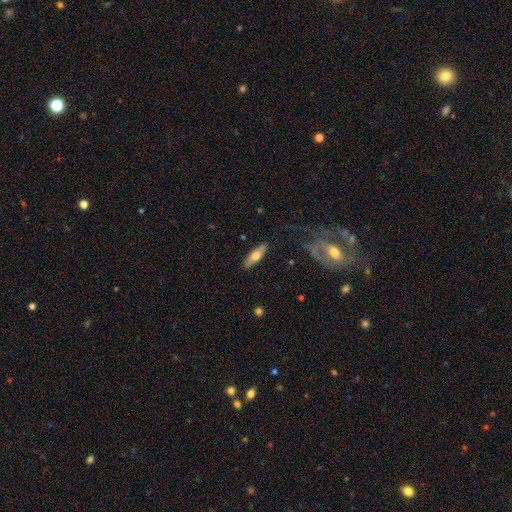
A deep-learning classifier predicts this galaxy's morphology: type=smooth (63%); roundness=in between (50%); merging=none (87%).